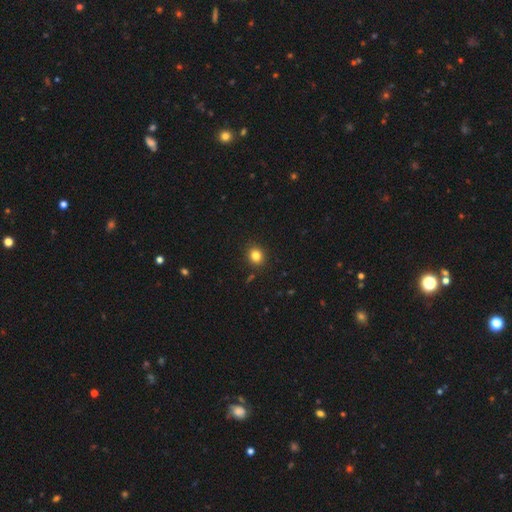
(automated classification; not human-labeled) Smooth or featured? smooth (82%)
How rounded? round (78%)
Merging? none (90%)